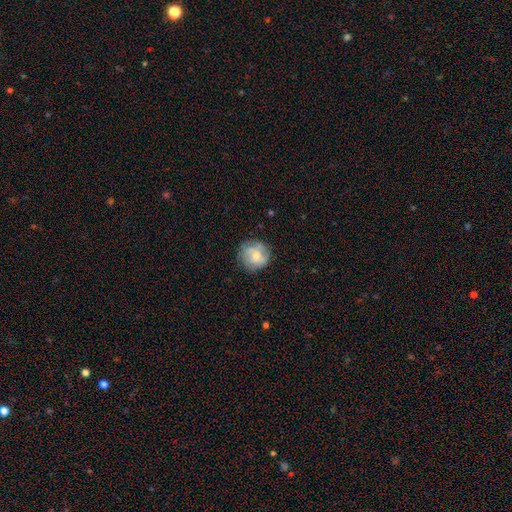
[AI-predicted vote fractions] smooth 54%, featured or disk 38%, star or artifact 8%. Down the decision tree: how rounded — round (90%); merging — none (76%).